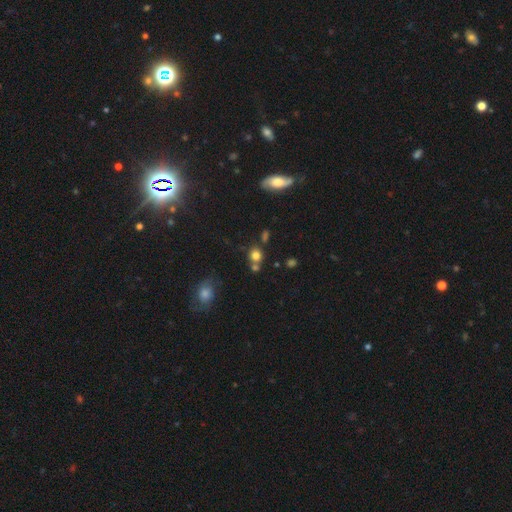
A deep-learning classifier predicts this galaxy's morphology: Overall: smooth (77%). How rounded: round (80%). Merging: none (63%).